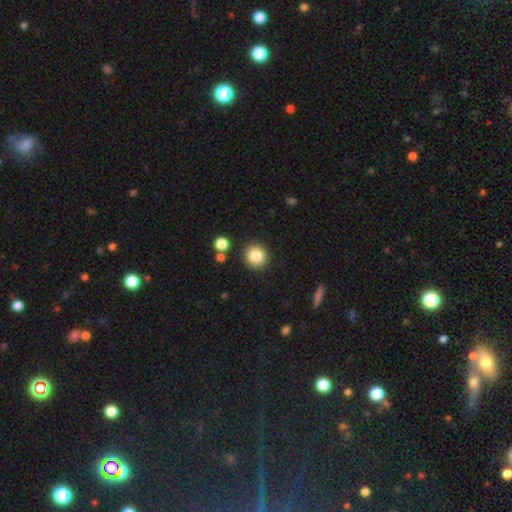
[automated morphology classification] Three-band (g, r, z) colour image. It shows a smooth galaxy with no disk features (83%) that is round (93%). Merging: none (89%).